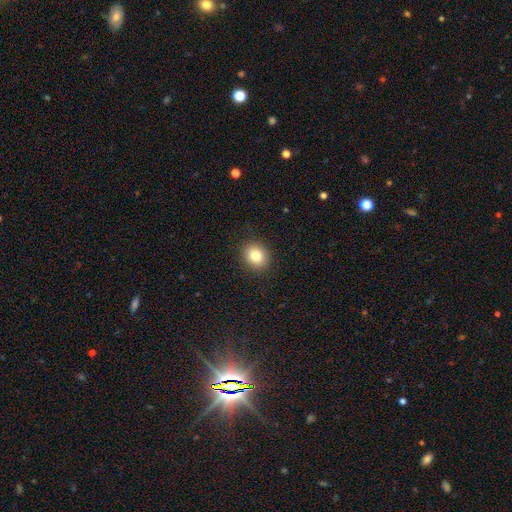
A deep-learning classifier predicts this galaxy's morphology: This appears to be a smooth galaxy with no disk features (82%) that is round (72%). Merging: none (90%).